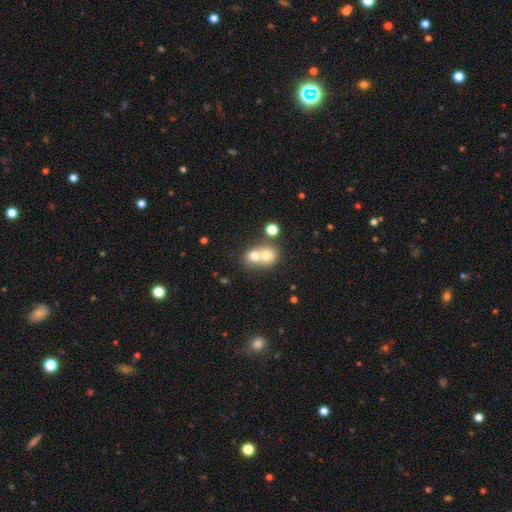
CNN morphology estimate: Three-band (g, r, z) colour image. It shows a smooth galaxy with no disk features (69%) that is round (66%). Merging: merger (70%).